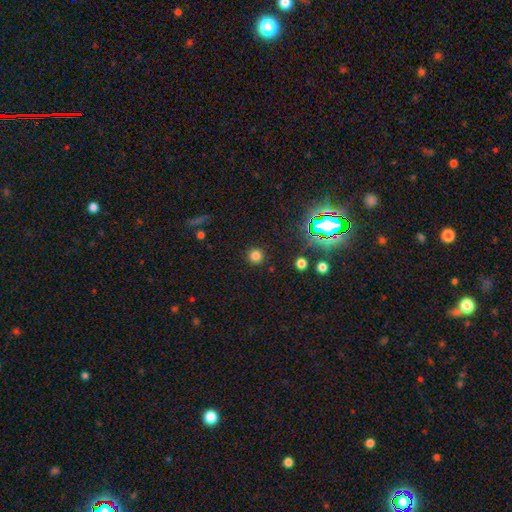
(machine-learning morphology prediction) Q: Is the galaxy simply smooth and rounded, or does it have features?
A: smooth — 78%.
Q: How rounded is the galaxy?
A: round — 94%.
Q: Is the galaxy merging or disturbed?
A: none — 90%.